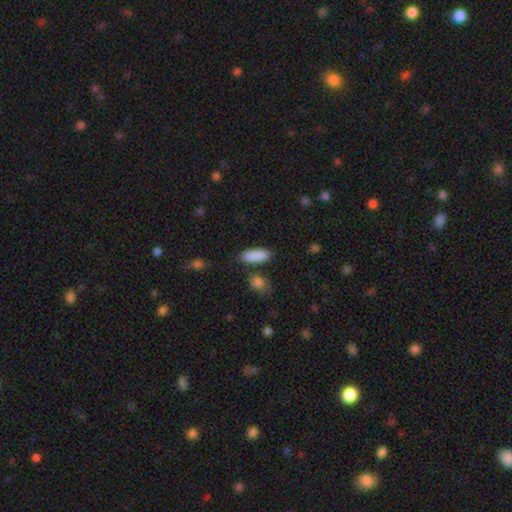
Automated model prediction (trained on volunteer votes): The model was most divided on "how rounded": in between: 70%, cigar-shaped: 27%, round: 3%. More confident: smooth or featured — smooth (88%); merging — none (77%).